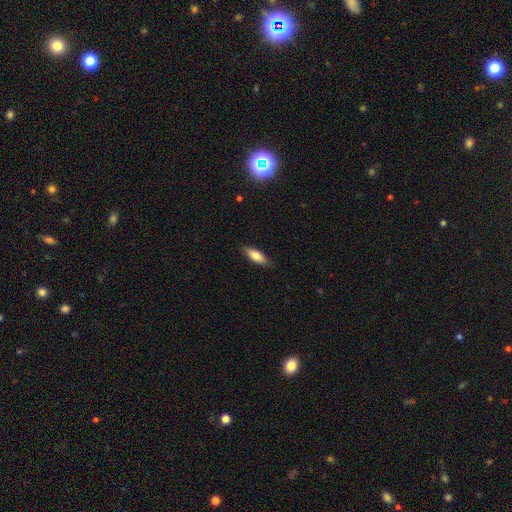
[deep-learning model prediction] The model was most divided on "how rounded": in between: 67%, cigar-shaped: 31%, round: 2%. More confident: merging — none (86%); smooth or featured — smooth (75%).